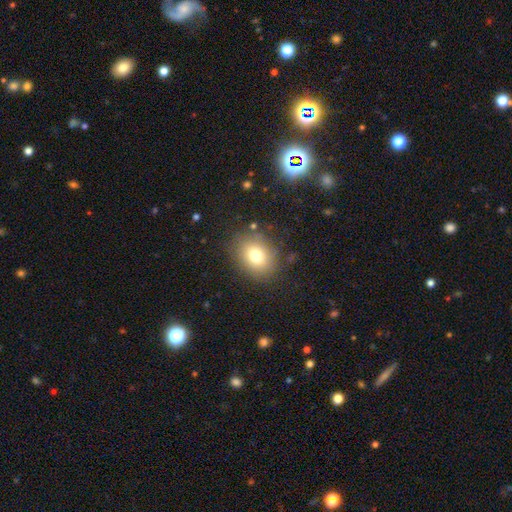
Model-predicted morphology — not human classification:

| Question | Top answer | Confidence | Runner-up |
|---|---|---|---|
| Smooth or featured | smooth | 75% | star or artifact (13%) |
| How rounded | round | 56% | in between (43%) |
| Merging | none | 83% | minor disturbance (11%) |